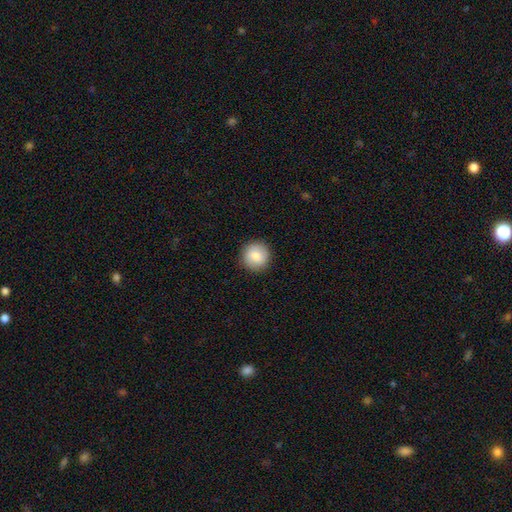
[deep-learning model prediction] smooth 84%, featured or disk 8%, star or artifact 8%. Down the decision tree: how rounded — round (94%); merging — none (91%).